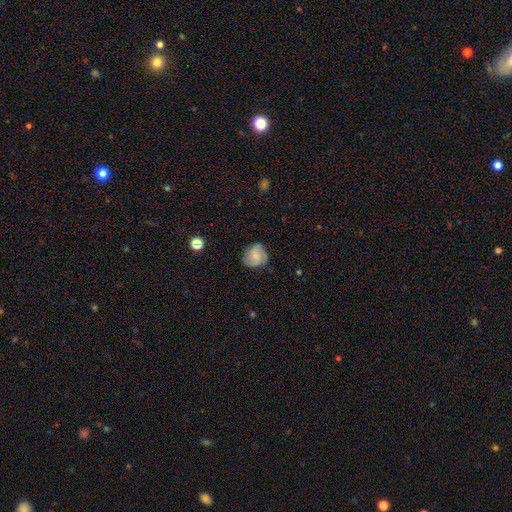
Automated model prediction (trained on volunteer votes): Q: Smooth or featured?
A: featured or disk (47%); runner-up: smooth (45%)
Q: Merging?
A: none (68%); runner-up: minor disturbance (25%)